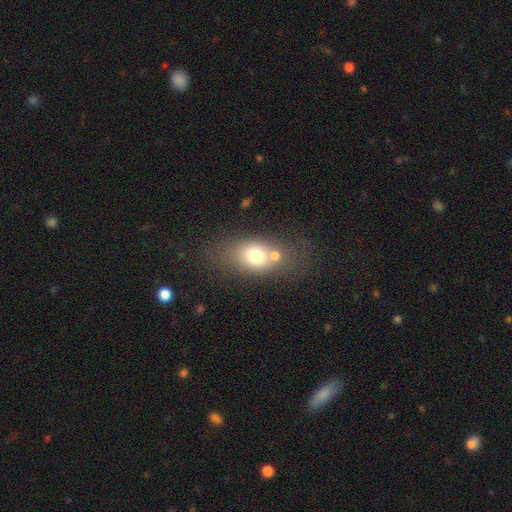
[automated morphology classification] smooth_or_featured: smooth (p=0.71) [alt: featured or disk p=0.18]
how_rounded: in between (p=0.73) [alt: round p=0.23]
merging: none (p=0.48) [alt: merger p=0.31]